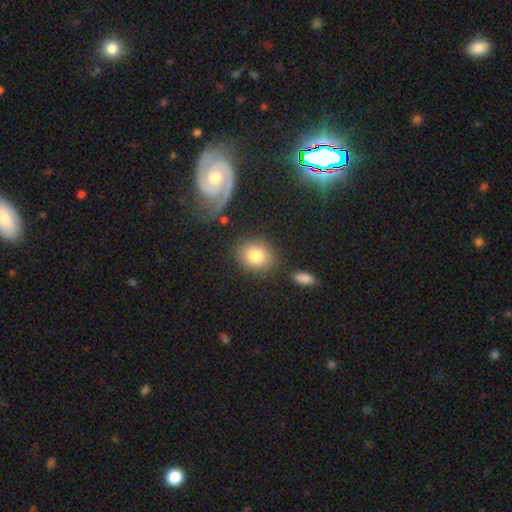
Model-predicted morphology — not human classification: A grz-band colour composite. It shows a smooth galaxy with no disk features (81%) that is round (58%). Merging: none (79%).